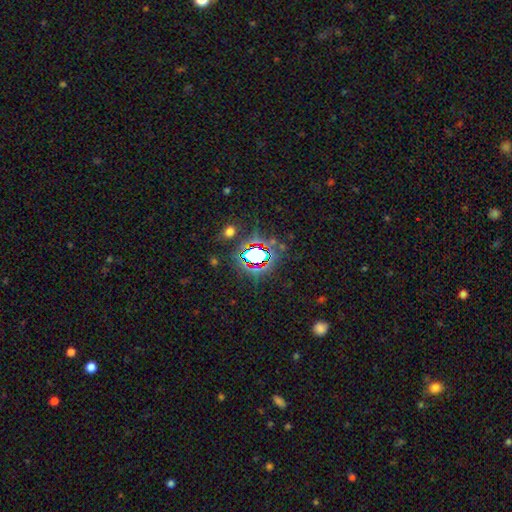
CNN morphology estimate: star or artifact 68%, smooth 21%, featured or disk 11%.